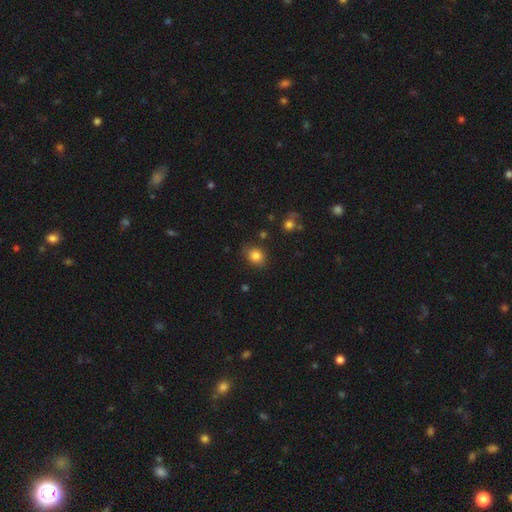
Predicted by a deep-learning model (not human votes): smooth-or-featured: smooth: 84% | star or artifact: 10% | featured or disk: 6%
  how-rounded: round: 52% | in between: 47% | cigar-shaped: 1%
  merging: none: 79% | minor disturbance: 15% | major disturbance: 3% | merger: 2%